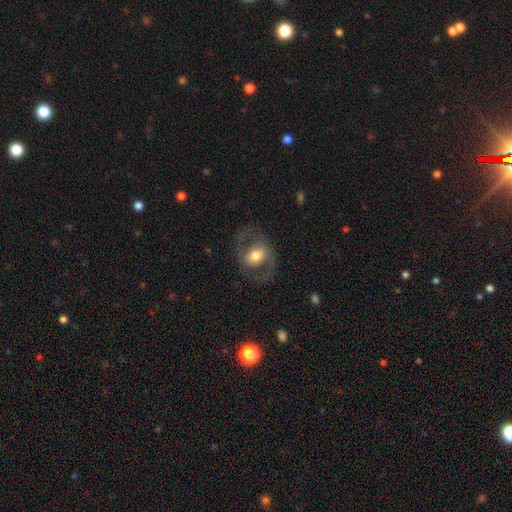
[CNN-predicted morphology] featured or disk 67%, smooth 26%, star or artifact 6%. Down the decision tree: edge-on disk — no (96%); bar — no (41%); spiral arms — yes (71%); bulge size — moderate (63%); merging — none (76%).